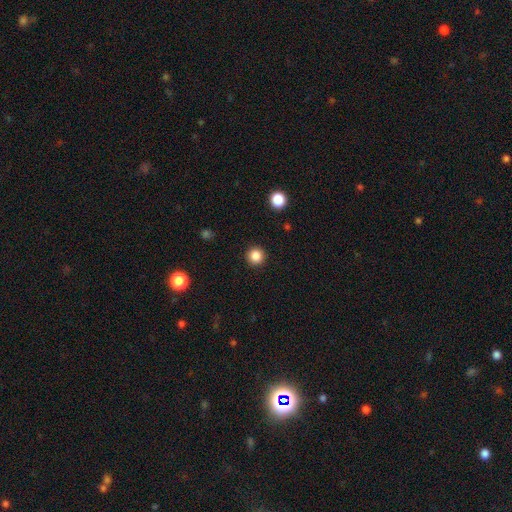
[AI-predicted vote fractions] Q: Smooth or featured?
A: smooth (85%); runner-up: star or artifact (11%)
Q: How rounded?
A: round (95%); runner-up: in between (4%)
Q: Merging?
A: none (92%); runner-up: minor disturbance (5%)